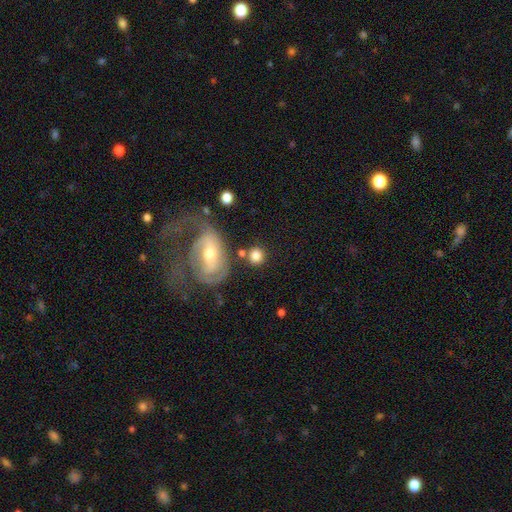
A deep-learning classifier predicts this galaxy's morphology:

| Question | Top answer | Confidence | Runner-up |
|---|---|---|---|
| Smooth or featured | smooth | 79% | featured or disk (13%) |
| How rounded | round | 85% | in between (13%) |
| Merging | none | 71% | minor disturbance (12%) |